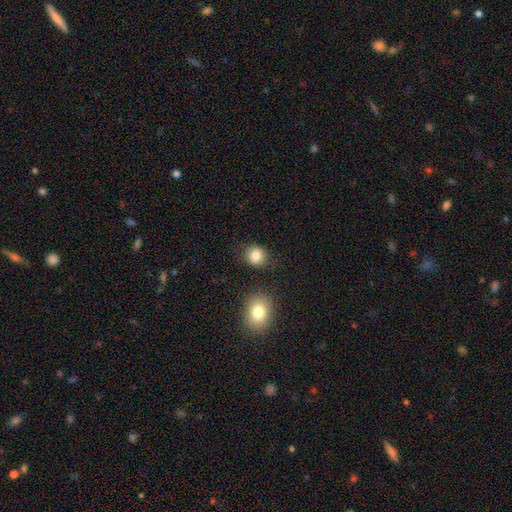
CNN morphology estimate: Smooth or featured? smooth (84%)
How rounded? round (76%)
Merging? none (81%)